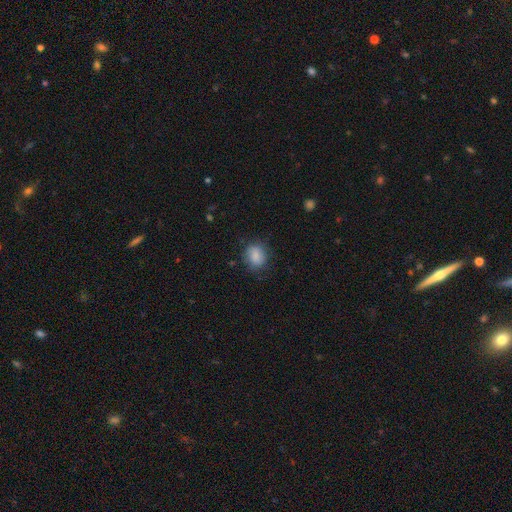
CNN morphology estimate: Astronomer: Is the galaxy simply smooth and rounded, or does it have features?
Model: smooth — 83%.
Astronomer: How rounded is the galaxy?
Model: round — 65%.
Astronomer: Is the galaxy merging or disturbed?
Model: none — 76%.